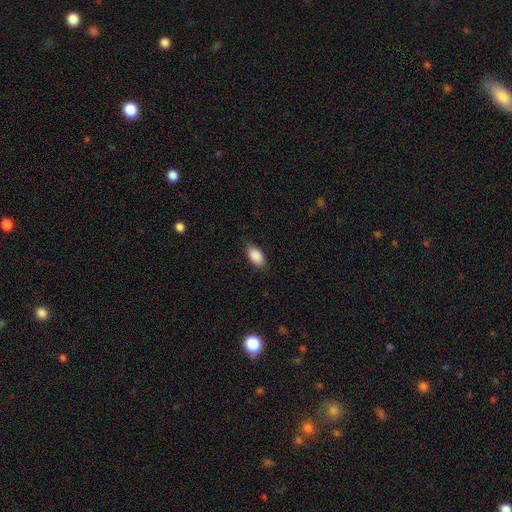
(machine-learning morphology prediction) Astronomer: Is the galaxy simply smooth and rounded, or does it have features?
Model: smooth — 88%.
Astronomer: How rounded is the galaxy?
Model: in between — 91%.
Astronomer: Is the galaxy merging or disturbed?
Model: none — 74%.